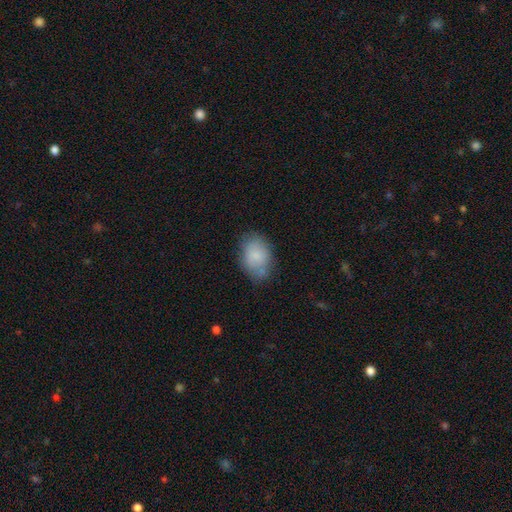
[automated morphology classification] Smooth or featured? Predicted: smooth (p=0.80). How rounded? Predicted: in between (p=0.78). Merging? Predicted: none (p=0.64).